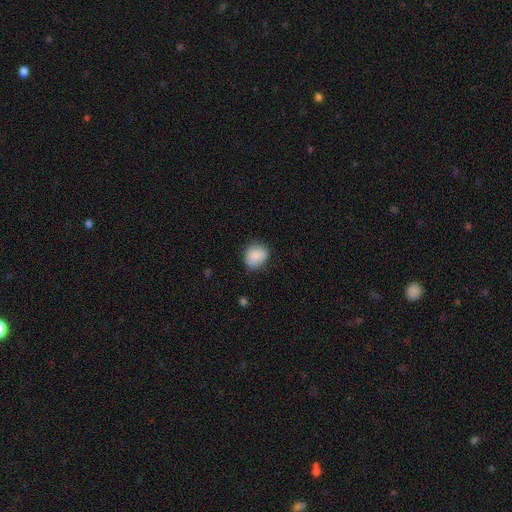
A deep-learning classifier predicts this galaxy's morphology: The model was most divided on "how rounded": round: 62%, in between: 37%, cigar-shaped: 1%. More confident: smooth or featured — smooth (86%); merging — none (74%).